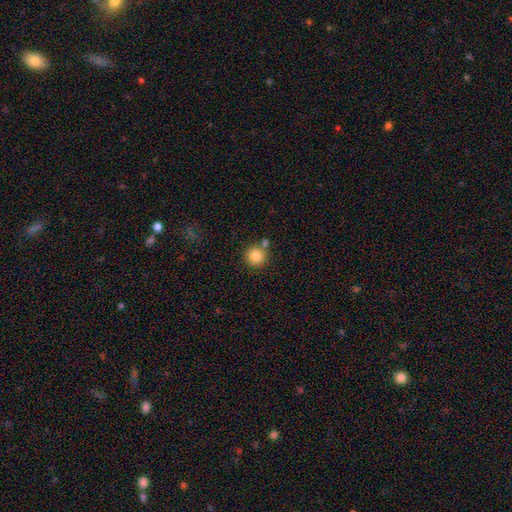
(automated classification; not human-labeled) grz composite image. It shows a smooth galaxy with no disk features (85%) that is round (94%). Merging: none (73%).